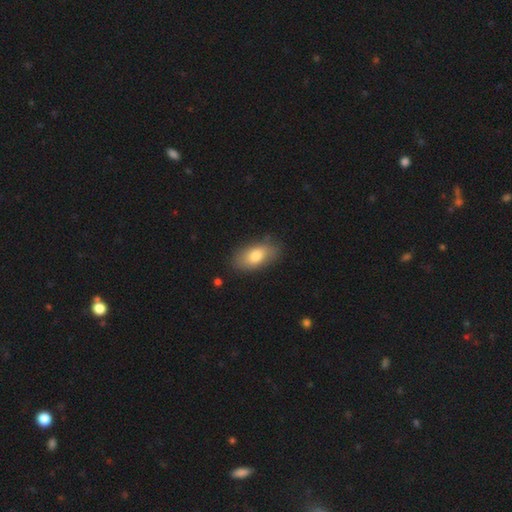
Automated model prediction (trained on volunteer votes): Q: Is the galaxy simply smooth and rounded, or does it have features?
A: smooth — 78%.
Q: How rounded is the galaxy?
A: in between — 90%.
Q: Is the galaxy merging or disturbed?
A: none — 80%.